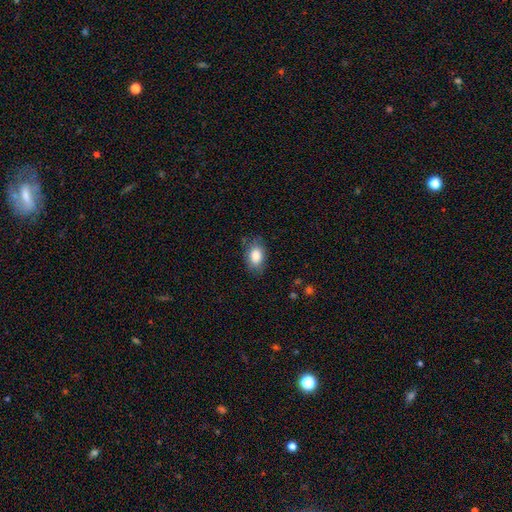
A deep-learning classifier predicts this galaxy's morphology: smooth 85%, featured or disk 8%, star or artifact 7%. Down the decision tree: how rounded — in between (87%); merging — none (76%).